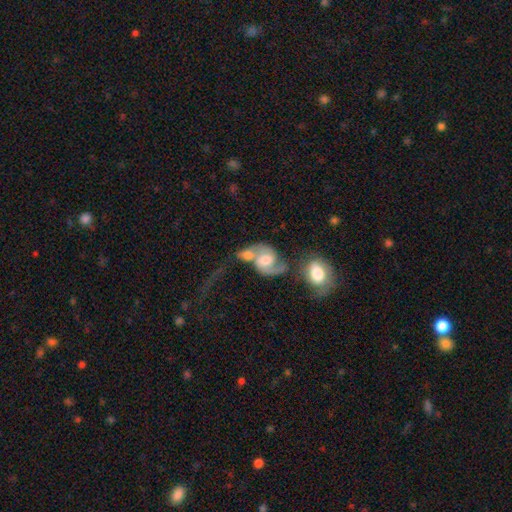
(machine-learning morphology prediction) smooth-or-featured: featured or disk: 76% | smooth: 16% | star or artifact: 8%
  disk-edge-on: no: 97% | yes: 3%
    bar: no: 45% | weak: 41% | strong: 14%
    has-spiral-arms: yes: 91% | no: 9%
      spiral-winding: loose: 45% | medium: 40% | tight: 15%
      spiral-arm-count: 2: 84% | 1: 8% | can't tell: 5% | 3: 1% | 4: 1% | more than 4: 1%
    bulge-size: moderate: 57% | small: 21% | large: 15% | none: 5% | dominant: 2%
  merging: merger: 53% | none: 21% | major disturbance: 16% | minor disturbance: 10%